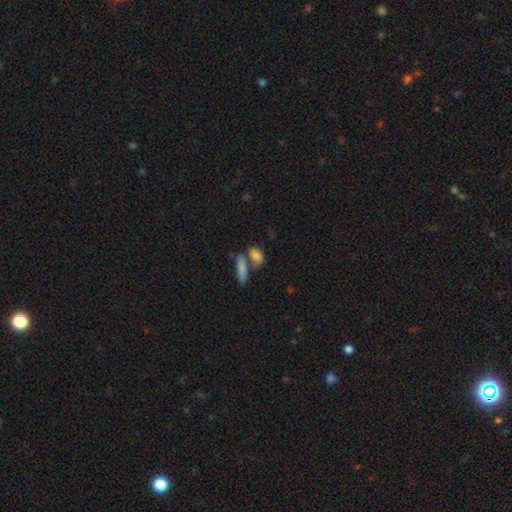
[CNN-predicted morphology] smooth-or-featured: smooth: 80% | featured or disk: 12% | star or artifact: 8%
  how-rounded: in between: 74% | cigar-shaped: 20% | round: 6%
  merging: none: 45% | merger: 40% | minor disturbance: 10% | major disturbance: 5%